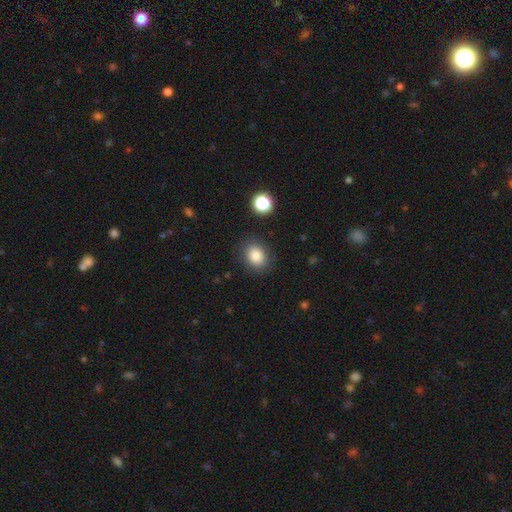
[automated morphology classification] smooth_or_featured: smooth (p=0.83) [alt: star or artifact p=0.11]
how_rounded: round (p=0.53) [alt: in between p=0.46]
merging: none (p=0.86) [alt: minor disturbance p=0.09]